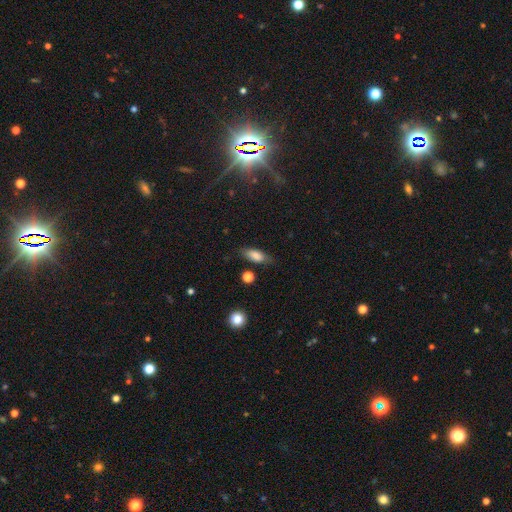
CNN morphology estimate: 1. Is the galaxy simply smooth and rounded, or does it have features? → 79% smooth, 13% featured or disk, 8% star or artifact.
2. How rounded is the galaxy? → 74% in between, 23% cigar-shaped, 3% round.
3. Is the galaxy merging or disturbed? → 74% none, 19% minor disturbance, 4% major disturbance, 2% merger.